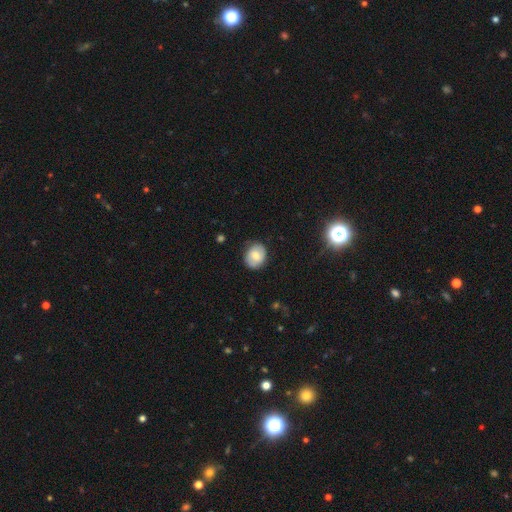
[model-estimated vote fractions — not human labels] Smooth or featured? Predicted: smooth (p=0.66). How rounded? Predicted: round (p=0.61). Merging? Predicted: none (p=0.81).